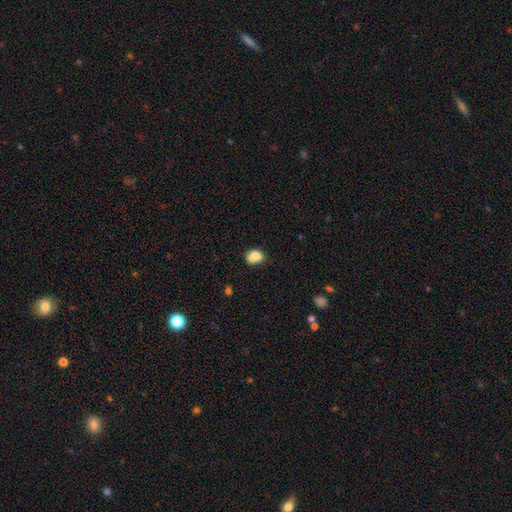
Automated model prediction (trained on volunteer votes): The model was most divided on "how rounded": in between: 51%, round: 48%, cigar-shaped: 1%. Remaining: smooth or featured — smooth (75%); merging — none (40%).